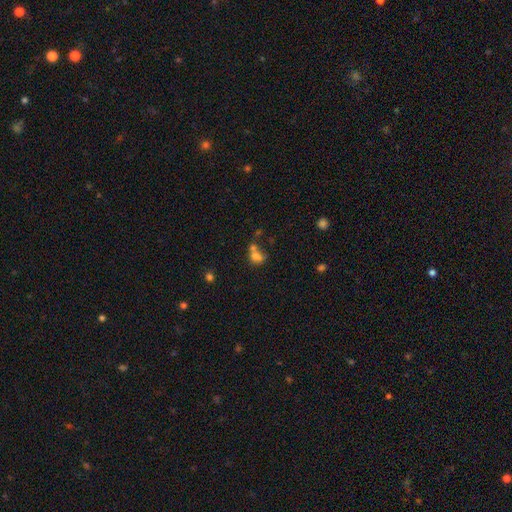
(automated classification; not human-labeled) Morphology: type=smooth (71%); roundness=round (50%); merging=merger (52%).